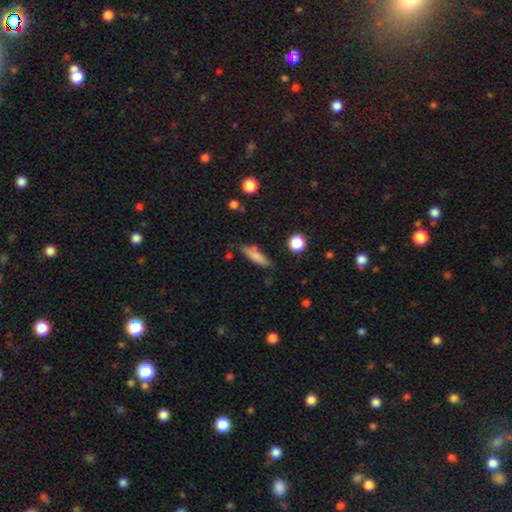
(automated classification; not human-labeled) A smooth galaxy with no disk features (78%) that is cigar-shaped (64%). Merging: none (74%).